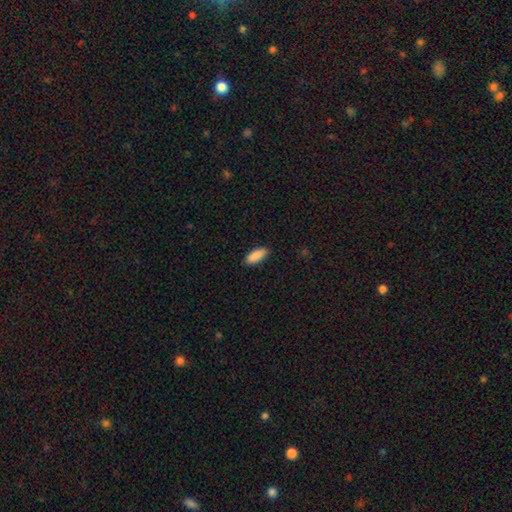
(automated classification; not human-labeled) Smooth or featured? smooth (91%)
How rounded? in between (80%)
Merging? none (88%)